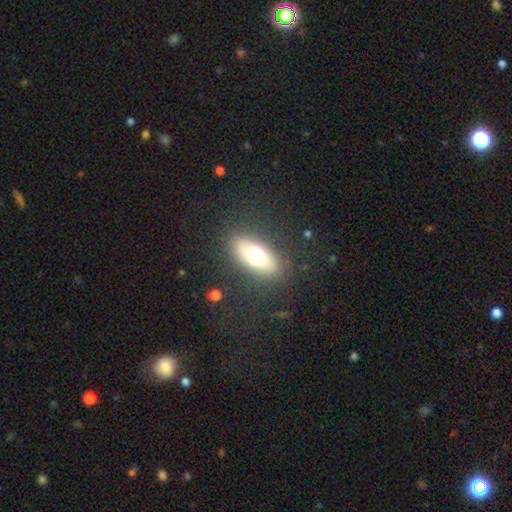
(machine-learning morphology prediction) Smooth or featured?
  - smooth: 62% *
  - featured or disk: 29%
  - star or artifact: 9%
How rounded?
  - in between: 81% *
  - cigar-shaped: 14%
  - round: 5%
Merging?
  - none: 83% *
  - minor disturbance: 11%
  - major disturbance: 5%
  - merger: 1%